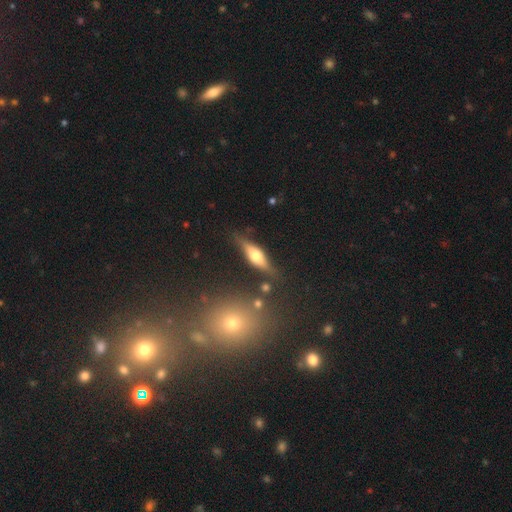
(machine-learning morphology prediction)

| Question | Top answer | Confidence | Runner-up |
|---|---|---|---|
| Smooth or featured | featured or disk | 59% | smooth (34%) |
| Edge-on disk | yes | 91% | no (9%) |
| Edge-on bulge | rounded | 90% | boxy (7%) |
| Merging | none | 77% | minor disturbance (15%) |